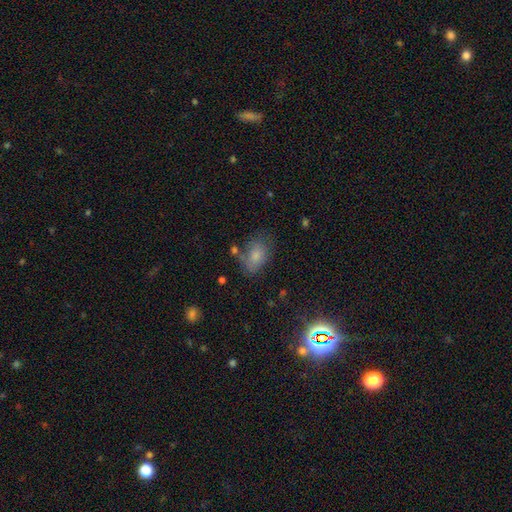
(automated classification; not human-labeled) The model was most divided on "merging": none: 57%, minor disturbance: 25%, major disturbance: 11%, merger: 7%. More confident: how rounded — in between (83%); smooth or featured — smooth (73%).